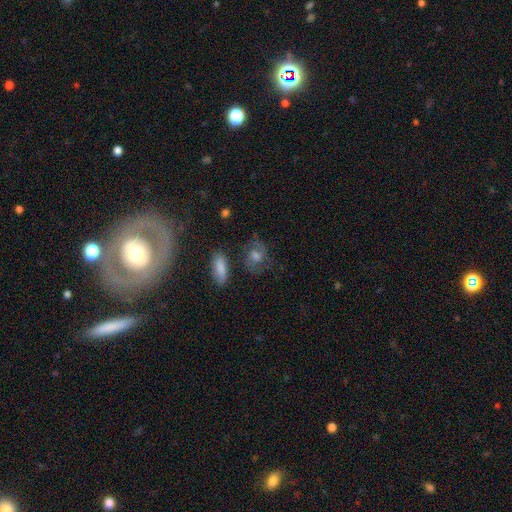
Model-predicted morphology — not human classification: Smooth or featured: featured or disk — 56% (smooth — 29%)
Edge-on disk: no — 95% (yes — 5%)
Bar: no — 61% (weak — 32%)
Spiral arms: yes — 85% (no — 15%)
Bulge size: moderate — 53% (large — 21%)
Merging: none — 69% (minor disturbance — 17%)